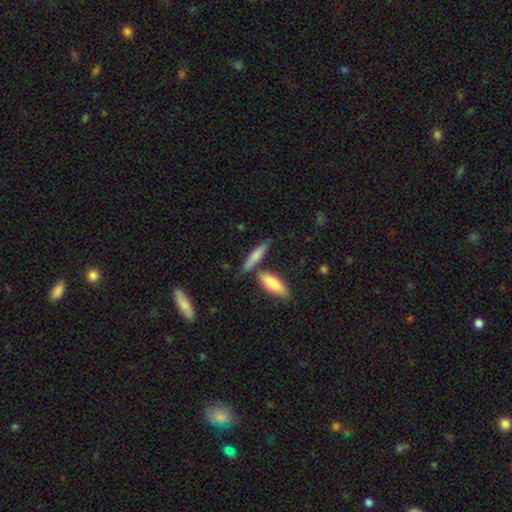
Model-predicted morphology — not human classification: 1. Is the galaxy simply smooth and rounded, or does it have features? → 72% smooth, 22% featured or disk, 6% star or artifact.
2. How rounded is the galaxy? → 72% cigar-shaped, 25% in between, 3% round.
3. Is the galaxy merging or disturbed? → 65% none, 19% merger, 13% minor disturbance, 4% major disturbance.